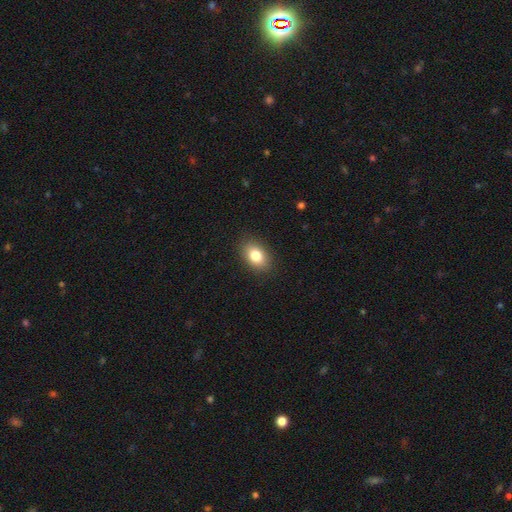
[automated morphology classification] Smooth or featured? smooth (82%)
How rounded? in between (85%)
Merging? none (88%)